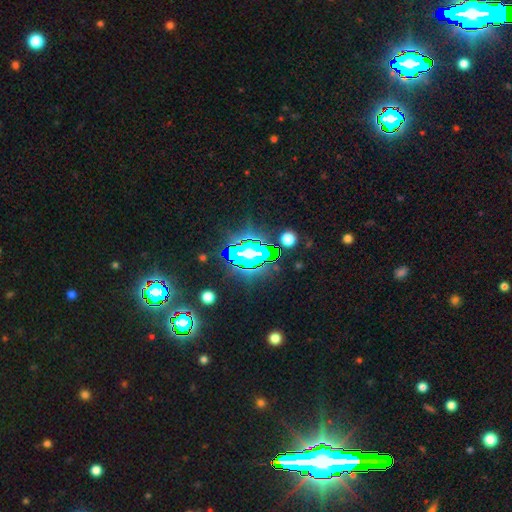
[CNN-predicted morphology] star or artifact 78%, smooth 12%, featured or disk 10%.